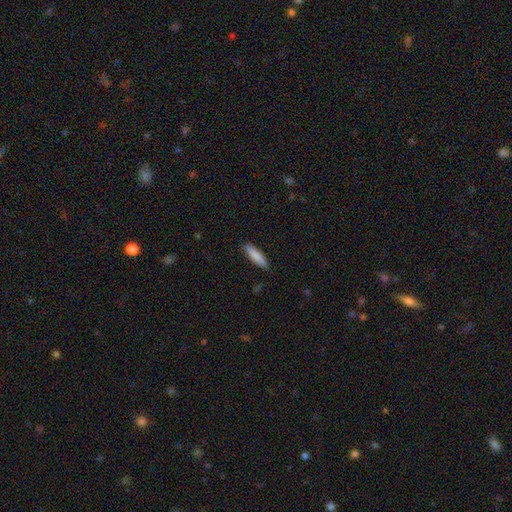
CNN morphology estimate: Smooth or featured?
  - smooth: 86% *
  - featured or disk: 9%
  - star or artifact: 6%
How rounded?
  - cigar-shaped: 71% *
  - in between: 28%
  - round: 1%
Merging?
  - none: 89% *
  - minor disturbance: 8%
  - major disturbance: 2%
  - merger: 1%